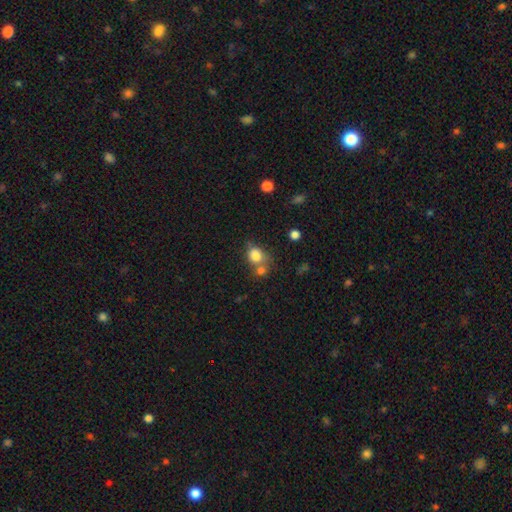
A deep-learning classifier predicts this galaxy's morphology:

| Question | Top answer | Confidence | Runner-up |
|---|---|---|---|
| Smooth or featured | smooth | 80% | star or artifact (11%) |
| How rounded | round | 61% | in between (38%) |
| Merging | none | 39% | merger (38%) |